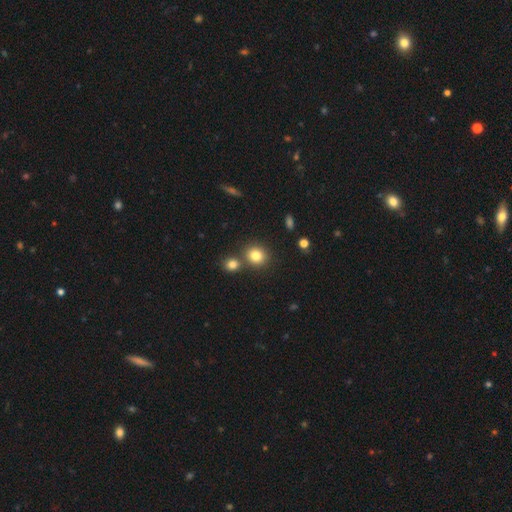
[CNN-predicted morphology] A smooth galaxy with no disk features (81%) that is round (82%). Merging: none (71%).